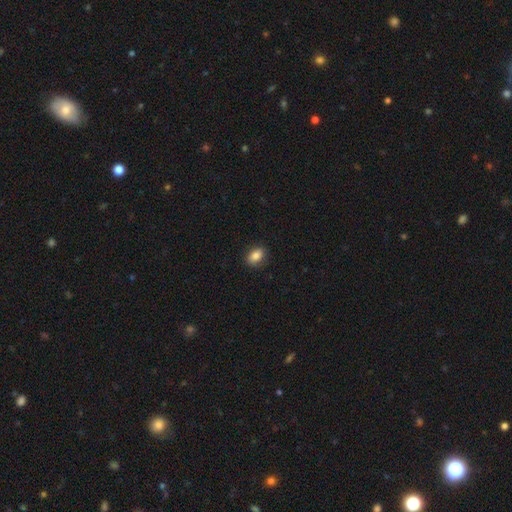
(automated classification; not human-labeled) Morphology: type=smooth (85%); roundness=in between (81%); merging=none (88%).